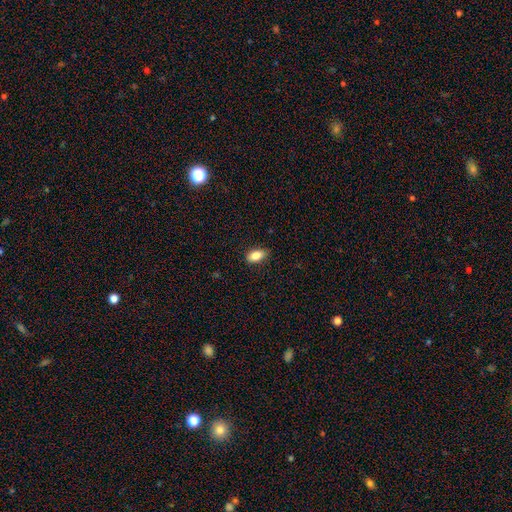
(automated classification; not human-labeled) Overall: smooth (85%). How rounded: in between (90%). Merging: none (82%).